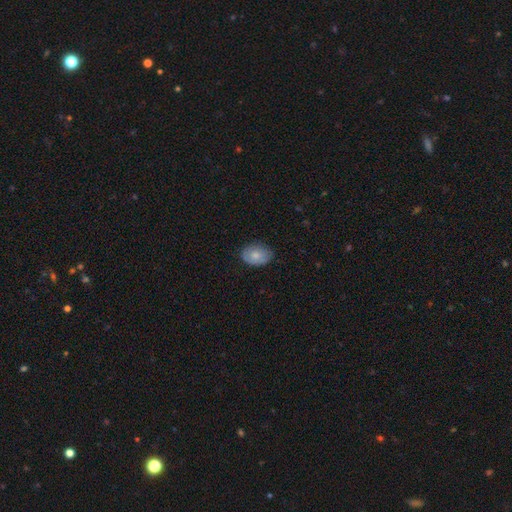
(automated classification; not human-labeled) Smooth or featured? Predicted: smooth (p=0.79). How rounded? Predicted: in between (p=0.79). Merging? Predicted: none (p=0.79).